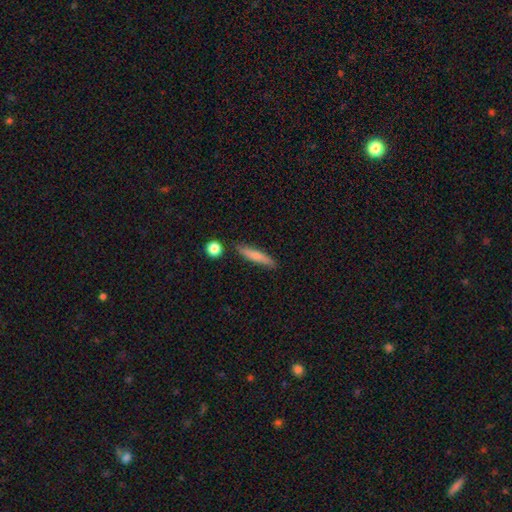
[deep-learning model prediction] A smooth galaxy with no disk features (72%) that is cigar-shaped (87%). Merging: none (83%).